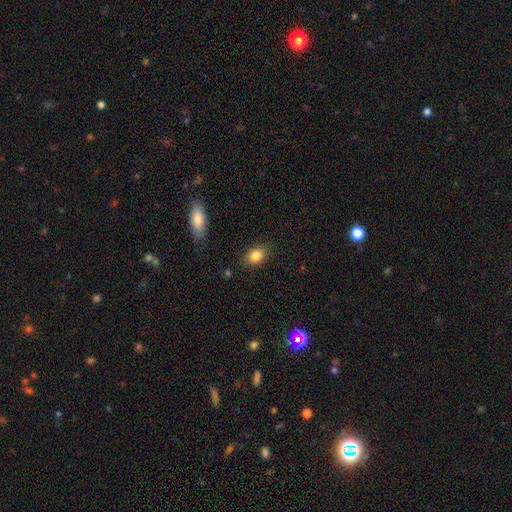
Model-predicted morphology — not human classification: smooth_or_featured: smooth (p=0.84) [alt: star or artifact p=0.09]
how_rounded: in between (p=0.74) [alt: round p=0.25]
merging: none (p=0.85) [alt: minor disturbance p=0.11]